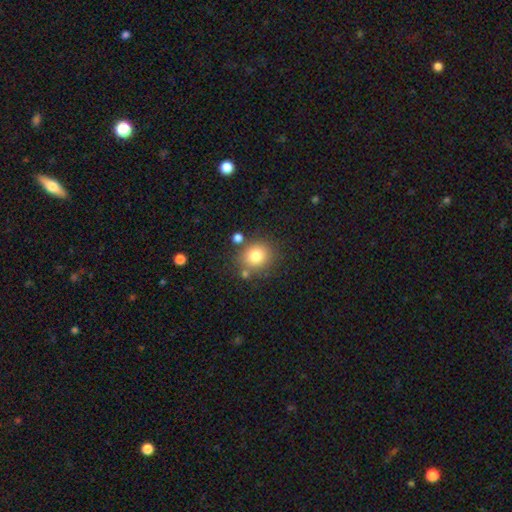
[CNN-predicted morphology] smooth 79%, star or artifact 12%, featured or disk 9%. Down the decision tree: how rounded — round (78%); merging — none (76%).